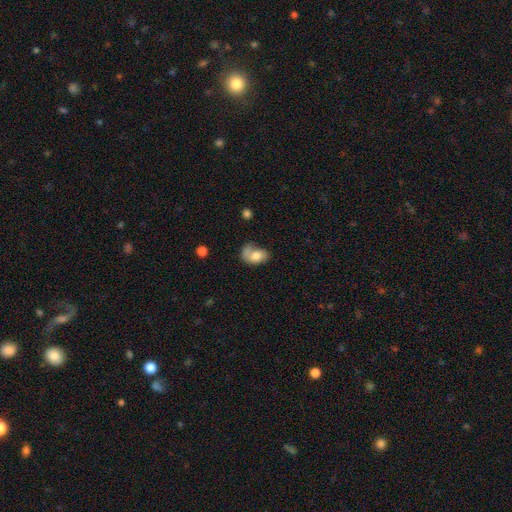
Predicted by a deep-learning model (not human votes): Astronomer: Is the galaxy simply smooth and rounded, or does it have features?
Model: smooth — 70%.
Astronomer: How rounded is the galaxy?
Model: in between — 83%.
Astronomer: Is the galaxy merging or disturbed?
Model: none — 33% (runner-up: minor disturbance, 25%).